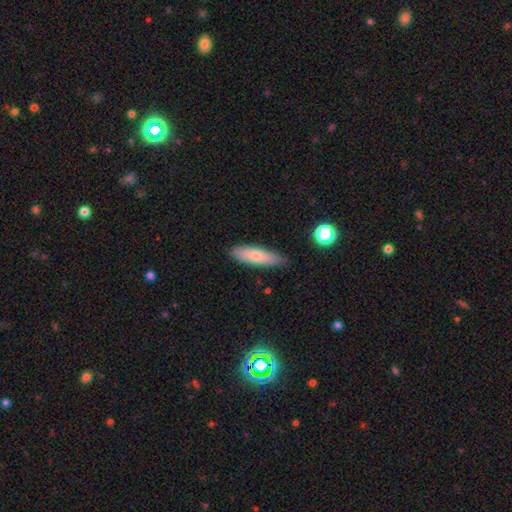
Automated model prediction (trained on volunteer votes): Smooth or featured: smooth — 73% (featured or disk — 20%)
How rounded: cigar-shaped — 64% (in between — 34%)
Merging: none — 82% (minor disturbance — 14%)